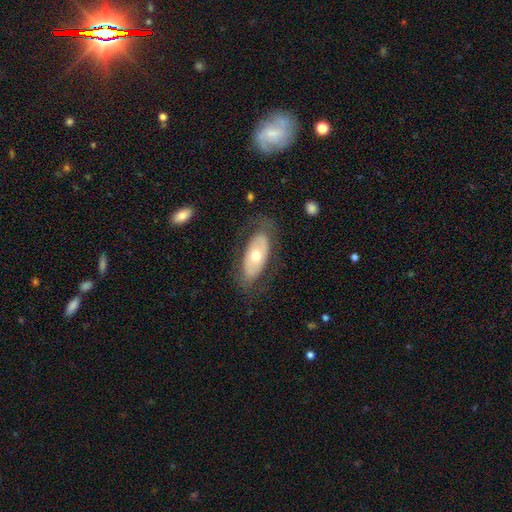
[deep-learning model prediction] Smooth or featured?
  - featured or disk: 48% *
  - smooth: 46%
  - star or artifact: 6%
Merging?
  - none: 73% *
  - minor disturbance: 17%
  - major disturbance: 9%
  - merger: 1%